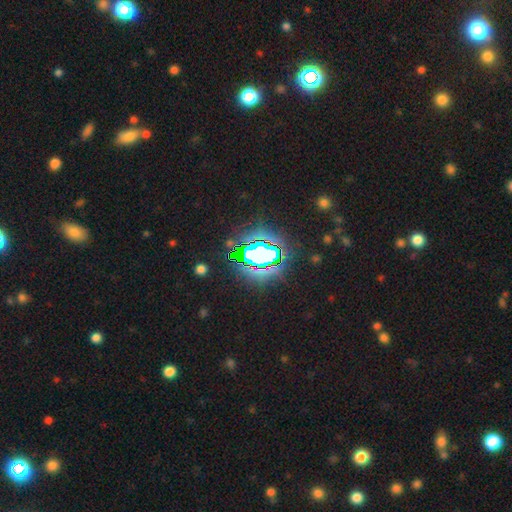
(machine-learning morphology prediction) smooth_or_featured: star or artifact (p=0.82) [alt: smooth p=0.11]